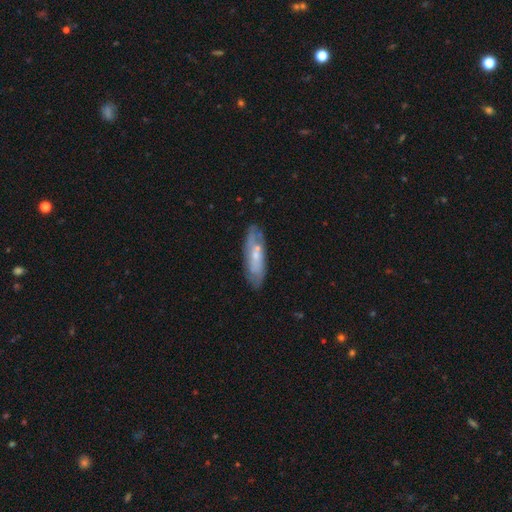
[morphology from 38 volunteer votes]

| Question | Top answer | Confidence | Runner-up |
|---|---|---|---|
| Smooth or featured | smooth | 50% | featured or disk (47%) |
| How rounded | in between | 58% | cigar-shaped (42%) |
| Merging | none | 54% | minor disturbance (35%) |